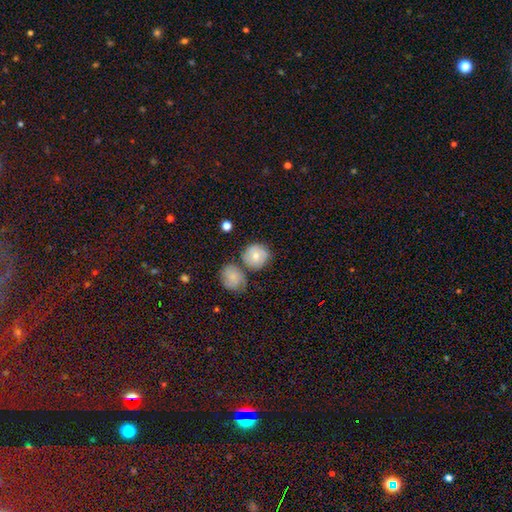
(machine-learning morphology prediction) smooth_or_featured: smooth (p=0.66) [alt: featured or disk p=0.26]
how_rounded: round (p=0.86) [alt: in between p=0.13]
merging: none (p=0.60) [alt: merger p=0.20]